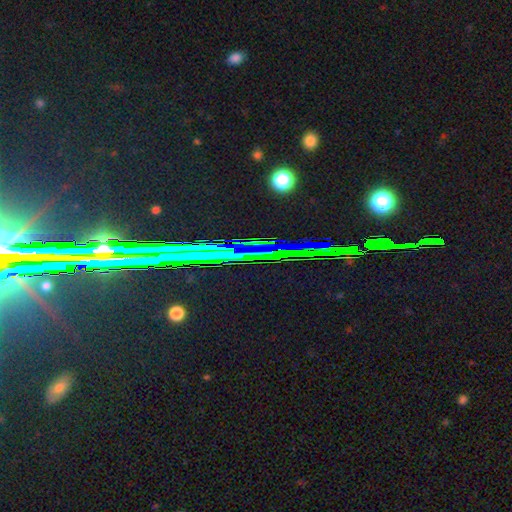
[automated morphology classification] This is likely a star or artifact rather than a galaxy (79%).